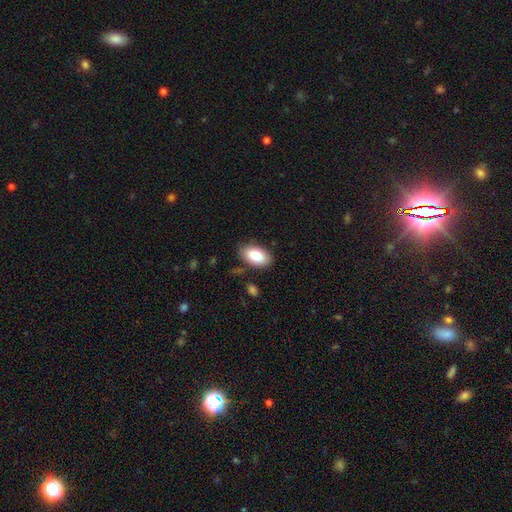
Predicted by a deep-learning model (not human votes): Smooth or featured? Predicted: smooth (p=0.87). How rounded? Predicted: in between (p=0.94). Merging? Predicted: none (p=0.82).